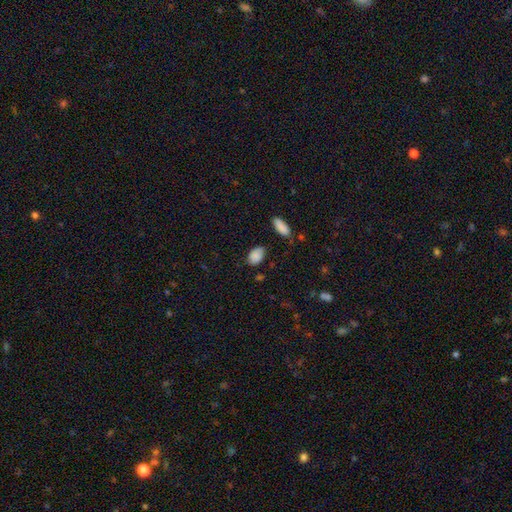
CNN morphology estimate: This appears to be a smooth galaxy with no disk features (87%) that is in between round and cigar-shaped (89%). Merging: none (76%).